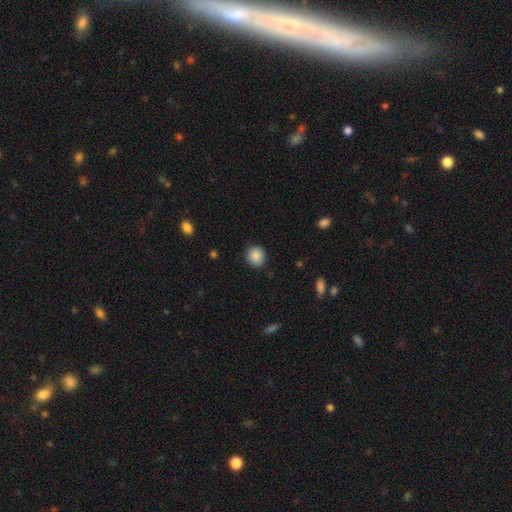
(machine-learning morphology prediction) A smooth galaxy with no disk features (88%) that is round (88%). Merging: none (88%).